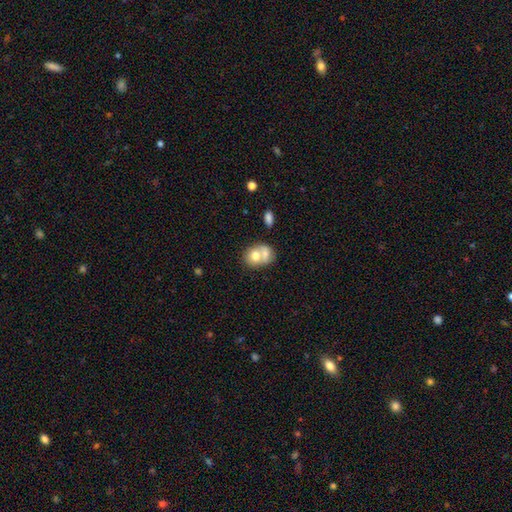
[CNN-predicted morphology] smooth_or_featured: smooth (p=0.67) [alt: featured or disk p=0.26]
how_rounded: round (p=0.55) [alt: in between p=0.44]
merging: merger (p=0.64) [alt: none p=0.25]